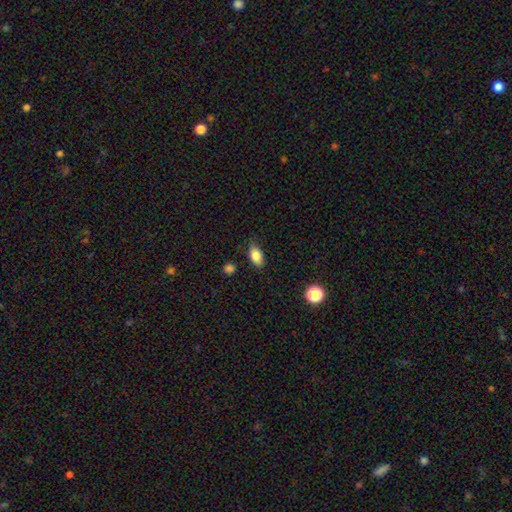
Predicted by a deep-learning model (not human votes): Q: Smooth or featured?
A: smooth (84%); runner-up: star or artifact (9%)
Q: How rounded?
A: in between (87%); runner-up: round (8%)
Q: Merging?
A: none (82%); runner-up: minor disturbance (13%)